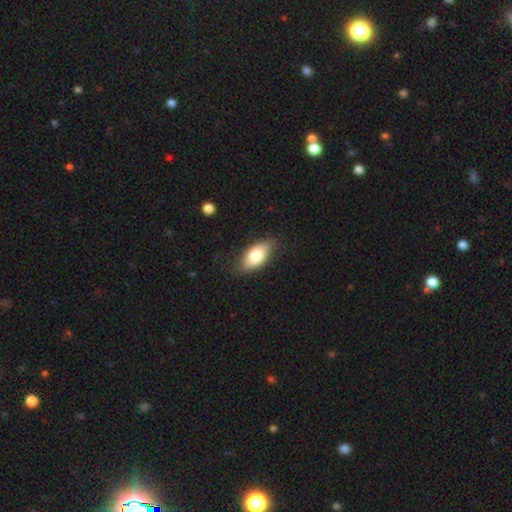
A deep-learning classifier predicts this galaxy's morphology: This appears to be a smooth galaxy with no disk features (78%) that is in between round and cigar-shaped (91%). Merging: none (81%).